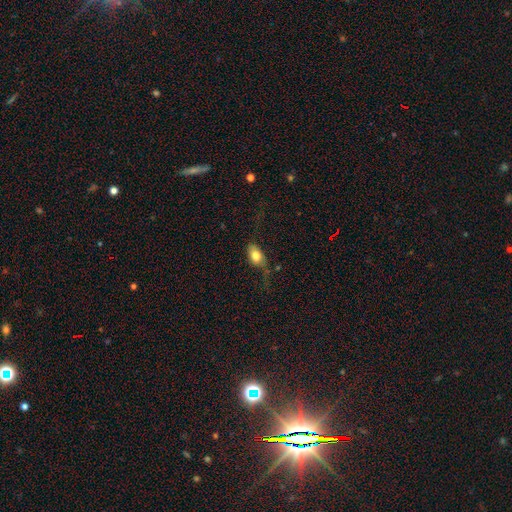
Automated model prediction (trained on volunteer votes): smooth-or-featured: smooth: 74% | featured or disk: 18% | star or artifact: 8%
  how-rounded: in between: 81% | round: 14% | cigar-shaped: 4%
  merging: none: 51% | minor disturbance: 26% | major disturbance: 20% | merger: 3%